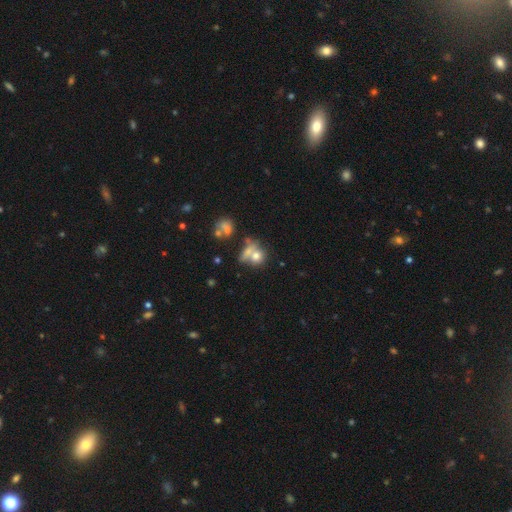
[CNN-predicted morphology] smooth 69%, featured or disk 18%, star or artifact 13%. Down the decision tree: how rounded — round (73%); merging — merger (40%).